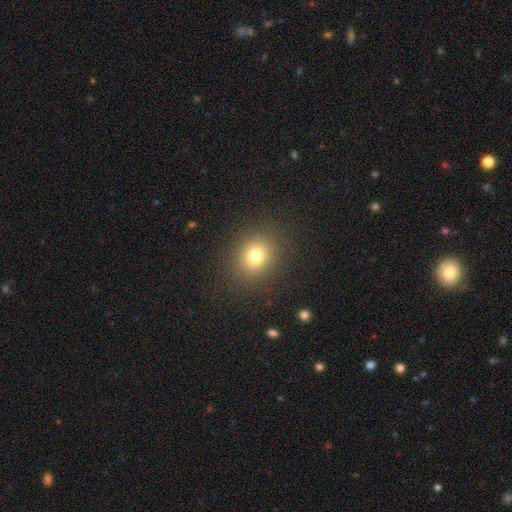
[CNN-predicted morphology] This is likely a smooth galaxy (76%). How rounded: likely round (70%). Merging: clearly none (87%).